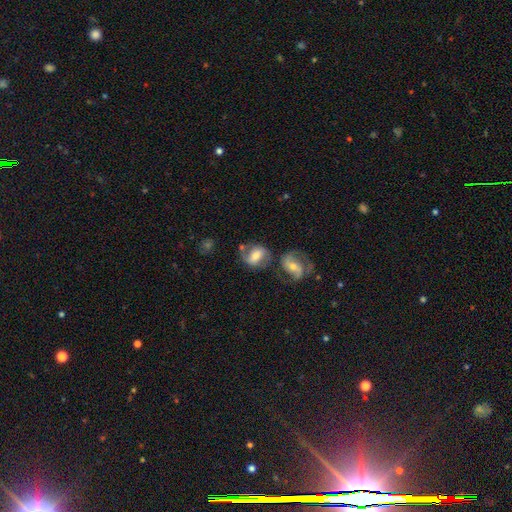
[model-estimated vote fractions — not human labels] smooth-or-featured: featured or disk: 55% | smooth: 37% | star or artifact: 8%
  disk-edge-on: no: 95% | yes: 5%
    bar: weak: 38% | strong: 37% | no: 25%
    has-spiral-arms: yes: 82% | no: 18%
    bulge-size: moderate: 62% | small: 24% | large: 9% | none: 2% | dominant: 2%
  merging: none: 47% | merger: 28% | minor disturbance: 16% | major disturbance: 9%